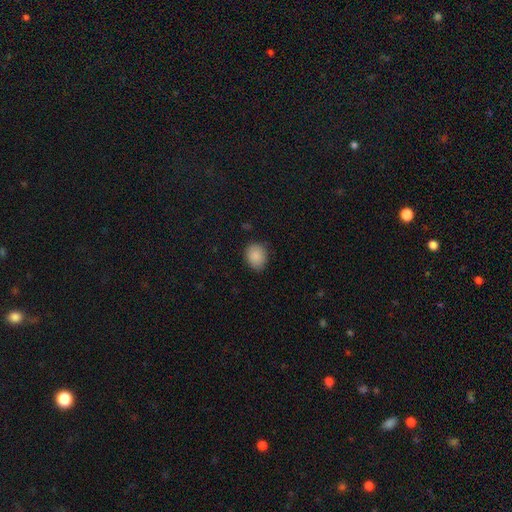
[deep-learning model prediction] A smooth galaxy with no disk features (88%) that is round (51%).

Vote fractions:
- Smooth or featured? smooth: 88% / star or artifact: 8% / featured or disk: 4%
- How rounded? round: 51% / in between: 48% / cigar-shaped: 1%
- Merging? none: 79% / minor disturbance: 16% / major disturbance: 3% / merger: 1%